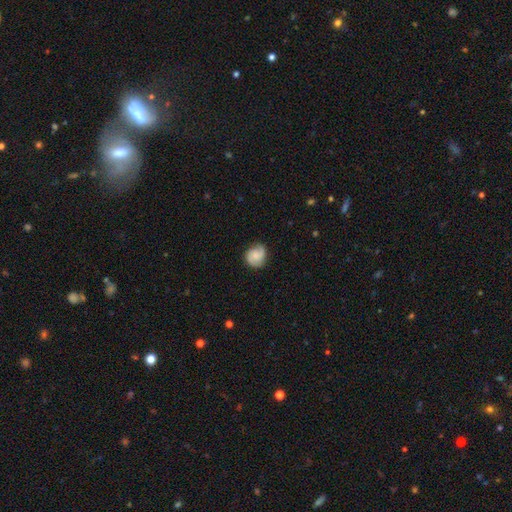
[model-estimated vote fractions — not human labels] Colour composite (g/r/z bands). It shows a featured or disk galaxy (55%) with no bar (64%), spiral arms (94%) and a small central bulge (46%). Merging: none (77%).